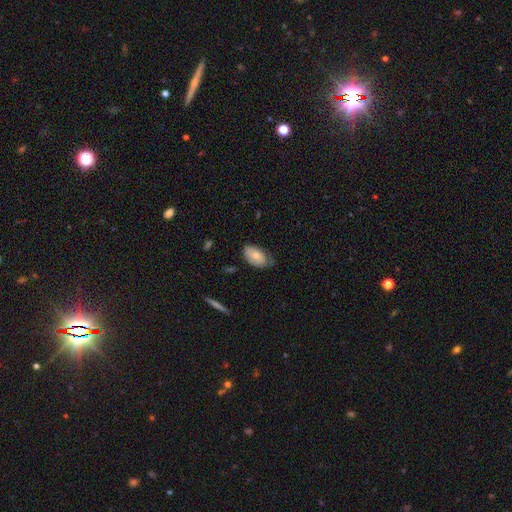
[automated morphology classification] This appears to be a smooth galaxy with no disk features (75%) that is in between round and cigar-shaped (93%). Merging: none (56%).